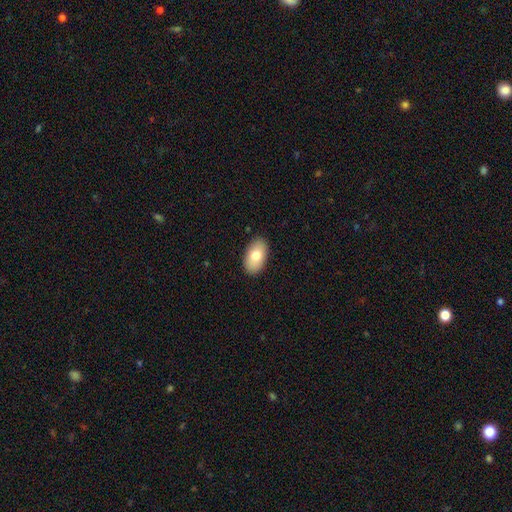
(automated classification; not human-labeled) smooth_or_featured: smooth (p=0.78) [alt: featured or disk p=0.15]
how_rounded: in between (p=0.94) [alt: round p=0.04]
merging: none (p=0.89) [alt: minor disturbance p=0.08]